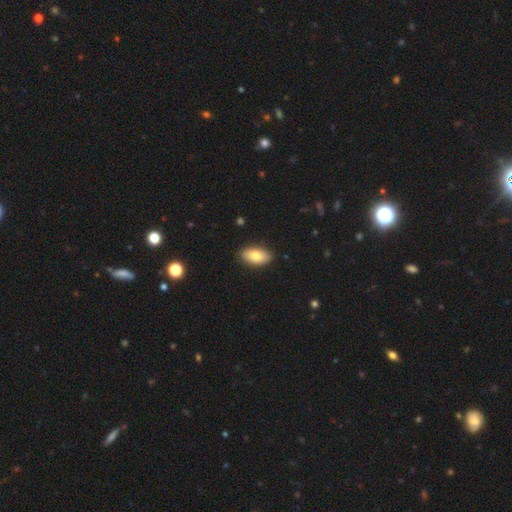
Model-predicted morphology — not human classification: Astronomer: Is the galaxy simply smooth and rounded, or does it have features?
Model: smooth — 82%.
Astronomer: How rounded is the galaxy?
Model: in between — 93%.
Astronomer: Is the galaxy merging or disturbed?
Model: none — 87%.